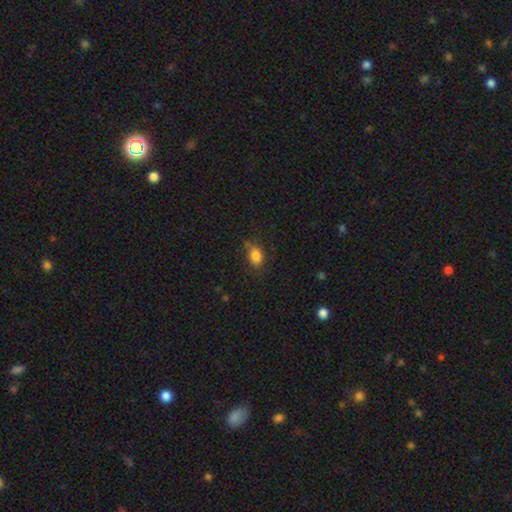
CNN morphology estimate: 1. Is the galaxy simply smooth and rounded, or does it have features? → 83% smooth, 10% star or artifact, 6% featured or disk.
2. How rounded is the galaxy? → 75% in between, 23% round, 2% cigar-shaped.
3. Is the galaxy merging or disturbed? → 74% none, 18% minor disturbance, 5% major disturbance, 3% merger.